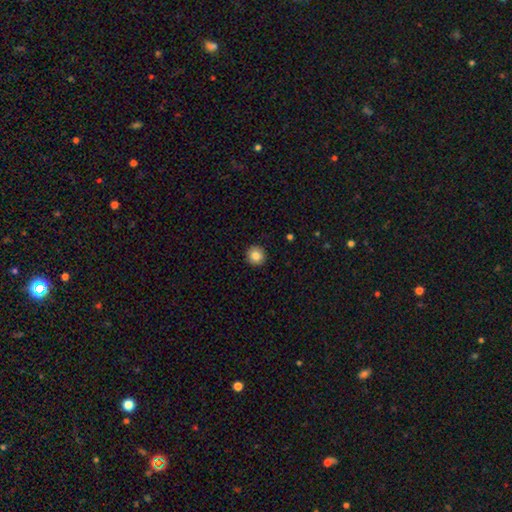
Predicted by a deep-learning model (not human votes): This is clearly a smooth galaxy (85%). How rounded: clearly round (95%). Merging: clearly none (92%).